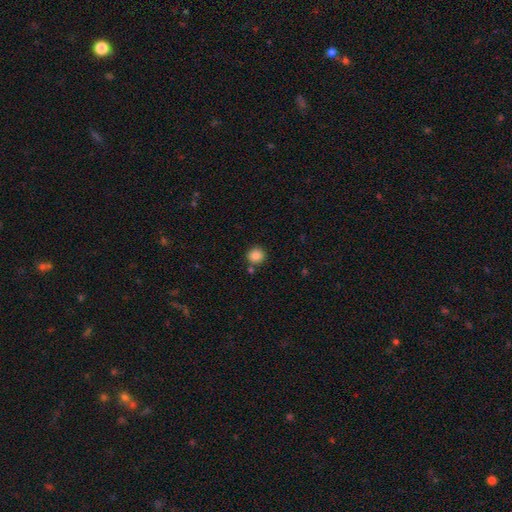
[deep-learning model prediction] A smooth galaxy with no disk features (85%) that is round (92%).

Vote fractions:
- Smooth or featured? smooth: 85% / star or artifact: 10% / featured or disk: 5%
- How rounded? round: 92% / in between: 7% / cigar-shaped: 1%
- Merging? none: 82% / merger: 8% / minor disturbance: 8% / major disturbance: 2%